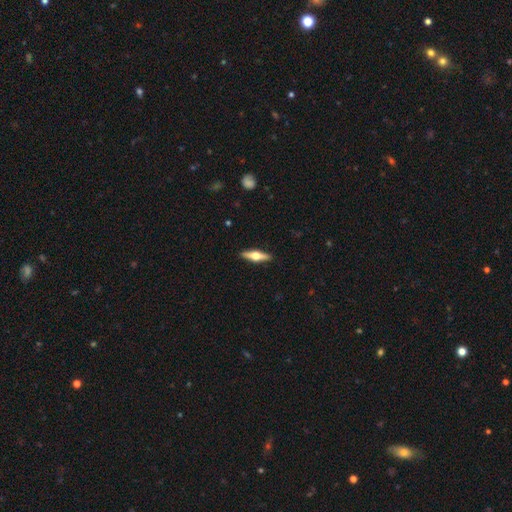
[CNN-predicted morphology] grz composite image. It shows a featured or disk galaxy (63%) viewed edge-on (96%) with a rounded central bulge (96%). Merging: none (91%).